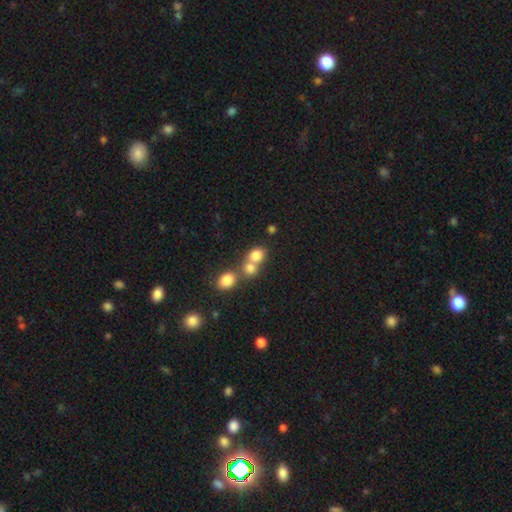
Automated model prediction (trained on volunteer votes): This appears to be a smooth galaxy with no disk features (79%) that is round (62%). Merging: merger (56%).